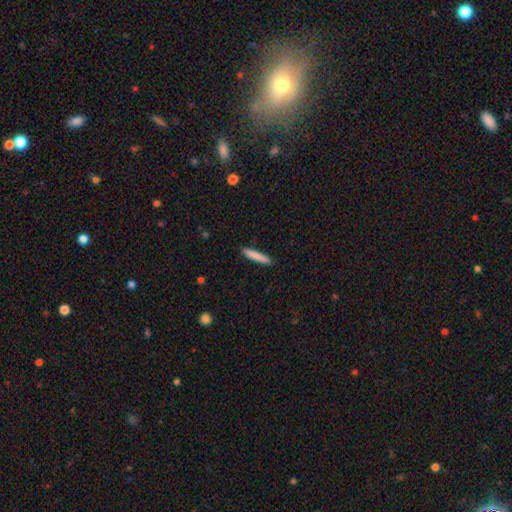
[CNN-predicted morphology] This is clearly a smooth galaxy (84%). How rounded: clearly cigar-shaped (92%). Merging: clearly none (89%).